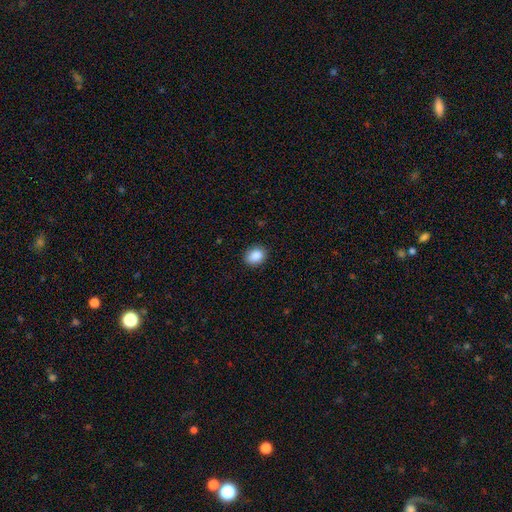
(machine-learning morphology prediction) smooth-or-featured: smooth: 88% | star or artifact: 8% | featured or disk: 3%
  how-rounded: in between: 56% | round: 43% | cigar-shaped: 1%
  merging: none: 88% | minor disturbance: 9% | major disturbance: 2% | merger: 1%